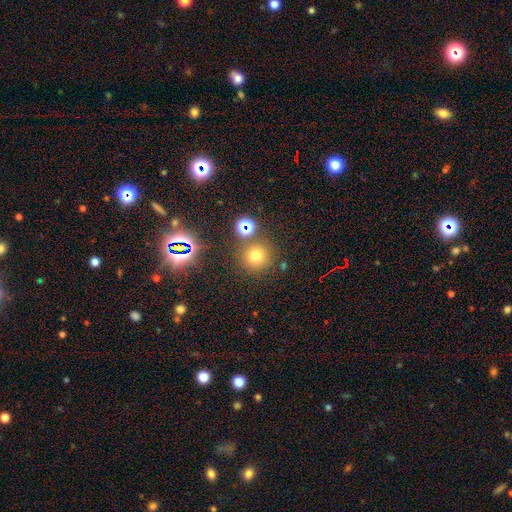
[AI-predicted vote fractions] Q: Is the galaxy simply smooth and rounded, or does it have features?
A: smooth — 67%.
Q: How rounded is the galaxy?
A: round — 94%.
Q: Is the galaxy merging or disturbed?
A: none — 81%.